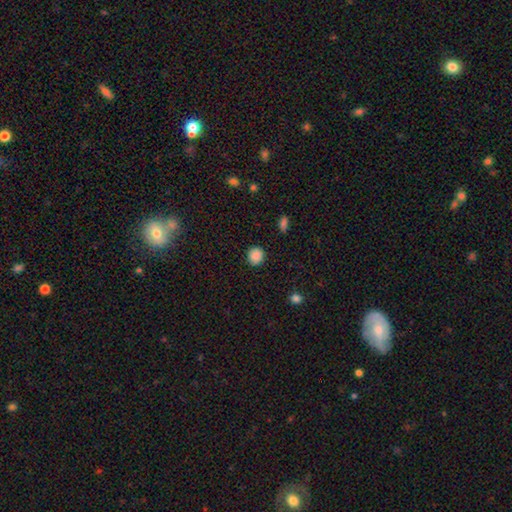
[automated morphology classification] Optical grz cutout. It shows a smooth galaxy with no disk features (87%) that is round (86%). Merging: none (90%).